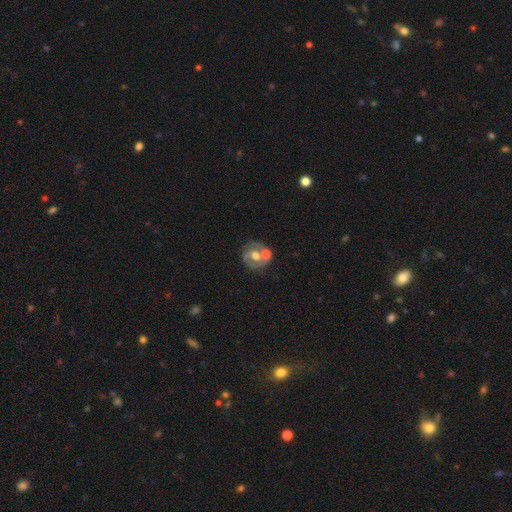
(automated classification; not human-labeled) This appears to be a featured or disk galaxy (67%) with no bar (57%), spiral arms (63%) and a moderate central bulge (63%). Merging: none (53%).